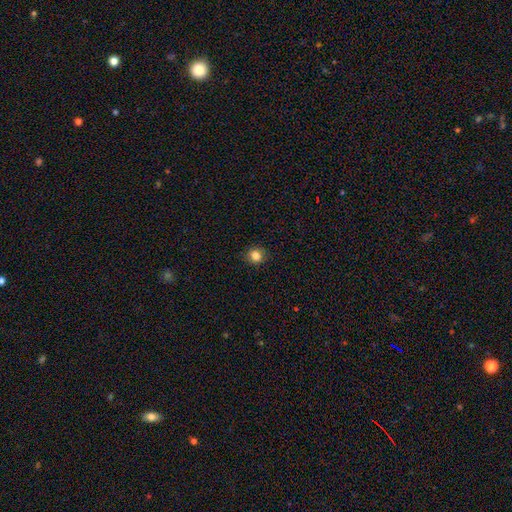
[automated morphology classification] smooth 83%, star or artifact 12%, featured or disk 5%. Down the decision tree: how rounded — round (89%); merging — none (91%).